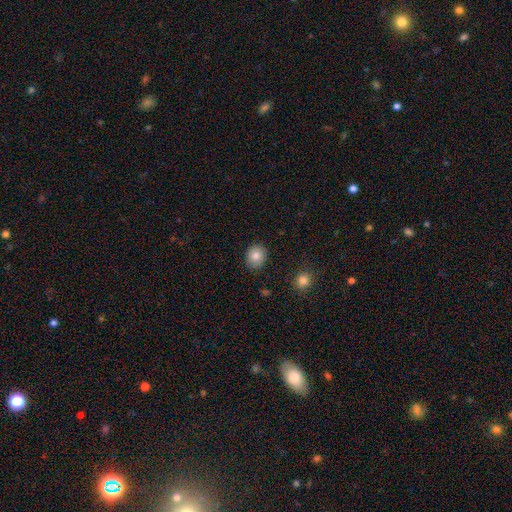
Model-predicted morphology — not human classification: type=smooth (84%); roundness=round (68%); merging=none (86%).